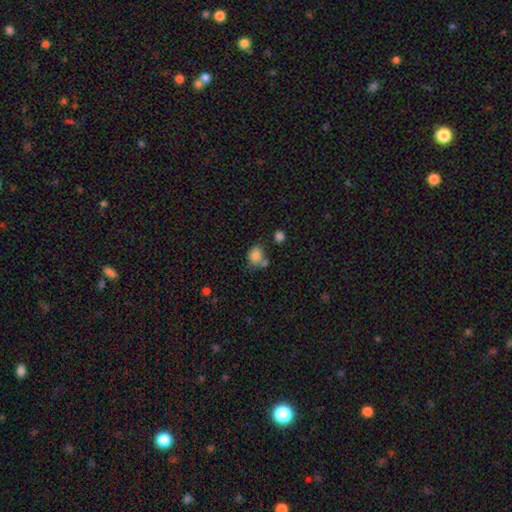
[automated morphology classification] A smooth galaxy with no disk features (82%) that is round (54%). Merging: none (49%).